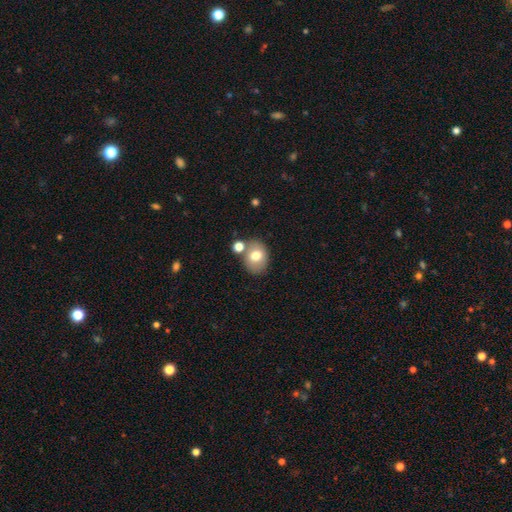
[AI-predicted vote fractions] Morphology: type=smooth (73%); roundness=in between (55%); merging=none (64%).